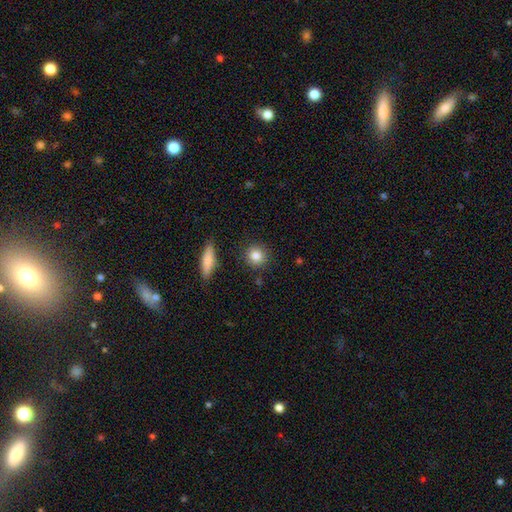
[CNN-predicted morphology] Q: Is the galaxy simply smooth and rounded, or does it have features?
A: smooth — 84%.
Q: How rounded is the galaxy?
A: round — 87%.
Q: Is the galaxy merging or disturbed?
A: none — 88%.